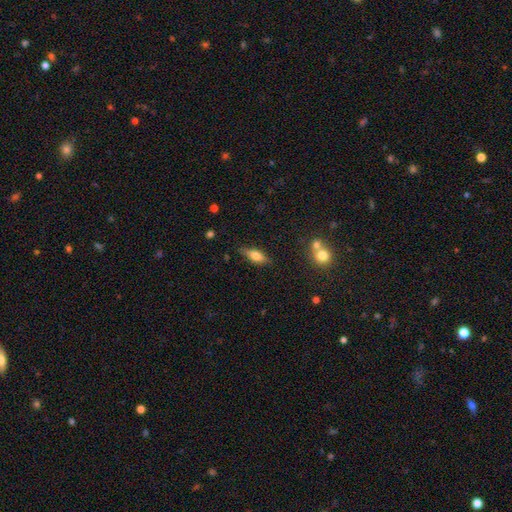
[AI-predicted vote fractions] smooth 61%, featured or disk 31%, star or artifact 8%. Down the decision tree: how rounded — in between (64%); merging — none (79%).